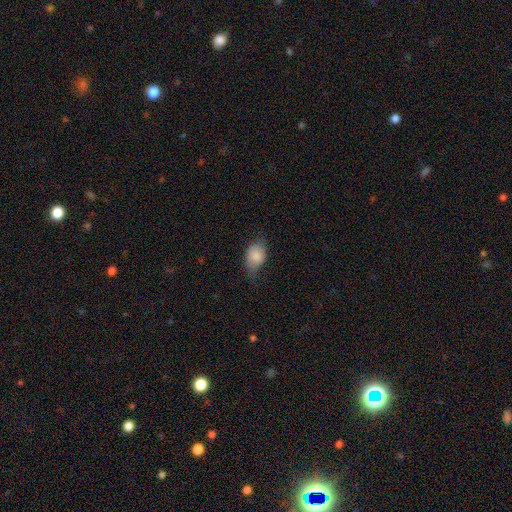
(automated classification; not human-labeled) Smooth or featured: smooth — 79% (featured or disk — 14%)
How rounded: in between — 81% (round — 18%)
Merging: none — 52% (minor disturbance — 34%)